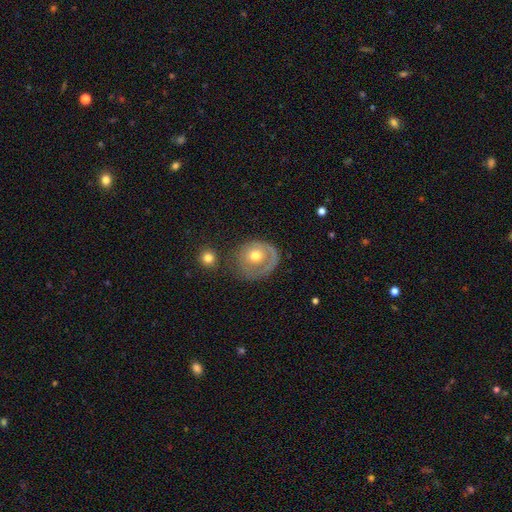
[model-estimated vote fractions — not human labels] featured or disk 47%, smooth 46%, star or artifact 7%. Down the decision tree: merging — none (51%).